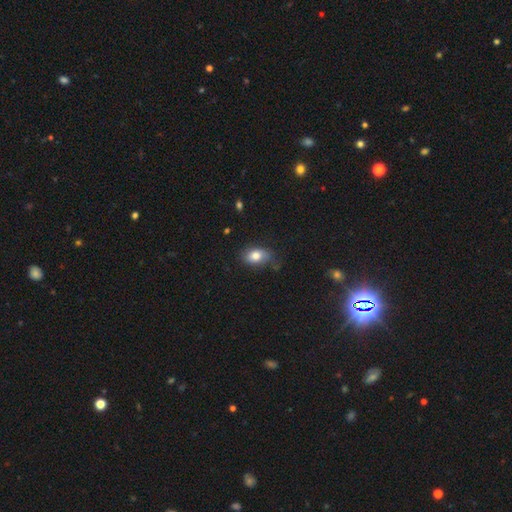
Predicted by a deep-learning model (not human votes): This appears to be a smooth galaxy with no disk features (79%) that is in between round and cigar-shaped (85%). Merging: none (67%).